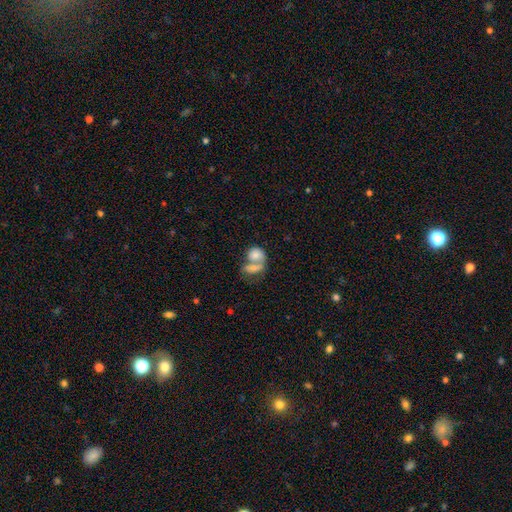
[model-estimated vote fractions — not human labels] This appears to be a smooth galaxy with no disk features (74%) that is in between round and cigar-shaped (57%). Merging: merger (70%).